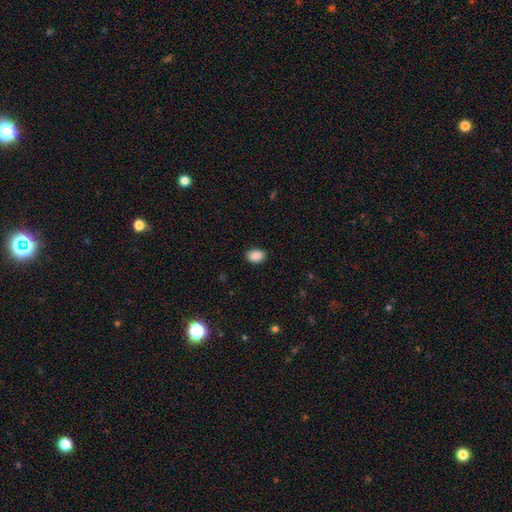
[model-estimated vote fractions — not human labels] Smooth or featured?
  - smooth: 89% *
  - star or artifact: 8%
  - featured or disk: 2%
How rounded?
  - in between: 77% *
  - round: 22%
  - cigar-shaped: 1%
Merging?
  - none: 89% *
  - minor disturbance: 8%
  - major disturbance: 2%
  - merger: 1%